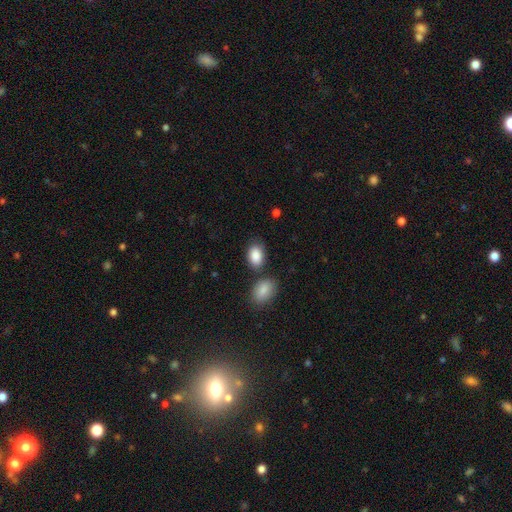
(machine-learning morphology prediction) A smooth galaxy with no disk features (88%) that is in between round and cigar-shaped (87%). Merging: none (71%).